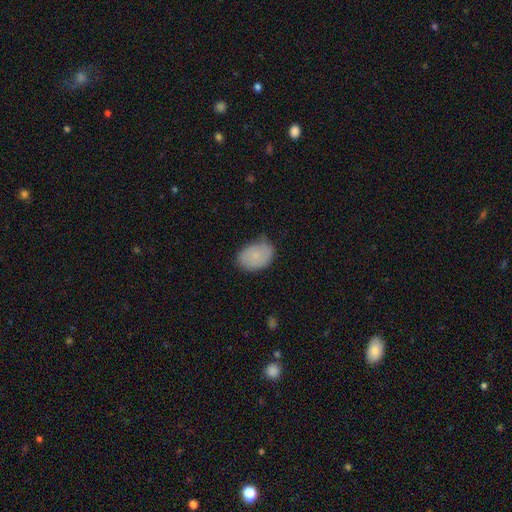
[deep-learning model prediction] smooth-or-featured: smooth: 78% | featured or disk: 14% | star or artifact: 7%
  how-rounded: in between: 81% | round: 18% | cigar-shaped: 1%
  merging: none: 59% | minor disturbance: 33% | major disturbance: 6% | merger: 2%